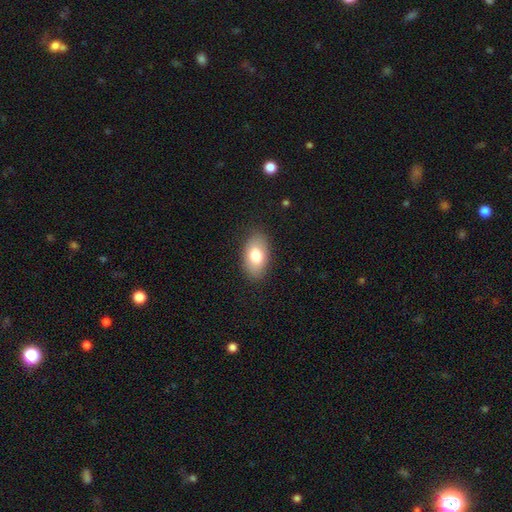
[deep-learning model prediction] Overall: smooth (78%). How rounded: in between (92%). Merging: none (85%).